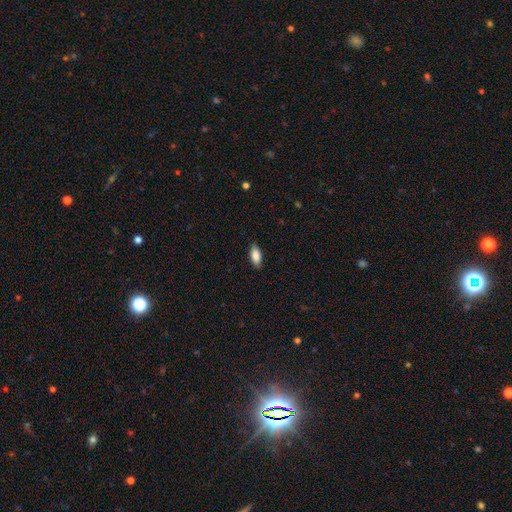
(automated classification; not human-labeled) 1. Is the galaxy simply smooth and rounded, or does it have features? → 85% smooth, 8% featured or disk, 7% star or artifact.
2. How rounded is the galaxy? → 88% in between, 10% cigar-shaped, 3% round.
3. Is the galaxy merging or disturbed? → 86% none, 11% minor disturbance, 2% major disturbance, 1% merger.